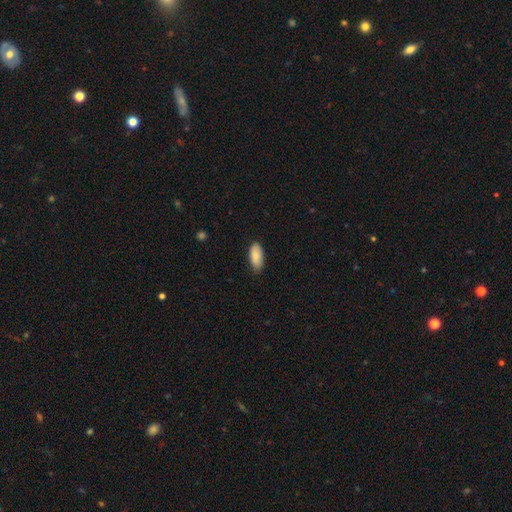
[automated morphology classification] This appears to be a smooth galaxy with no disk features (87%) that is in between round and cigar-shaped (90%). Merging: none (80%).